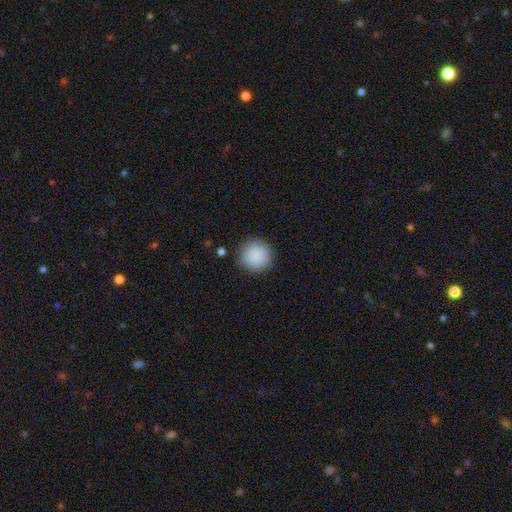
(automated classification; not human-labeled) Smooth or featured?
  - smooth: 90% *
  - star or artifact: 7%
  - featured or disk: 3%
How rounded?
  - round: 95% *
  - in between: 4%
  - cigar-shaped: 1%
Merging?
  - none: 89% *
  - minor disturbance: 7%
  - major disturbance: 2%
  - merger: 1%